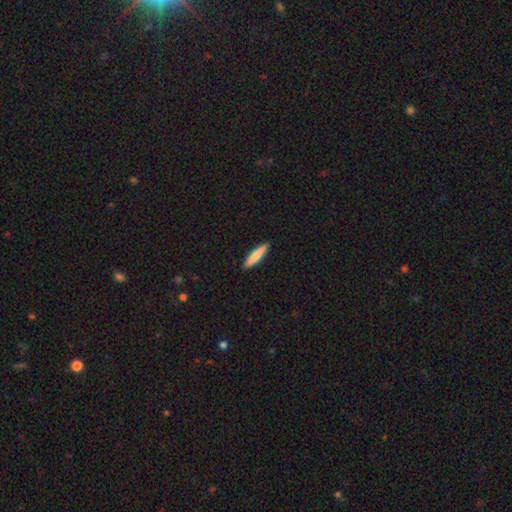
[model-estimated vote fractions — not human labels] smooth 75%, featured or disk 20%, star or artifact 5%. Down the decision tree: how rounded — cigar-shaped (85%); merging — none (91%).